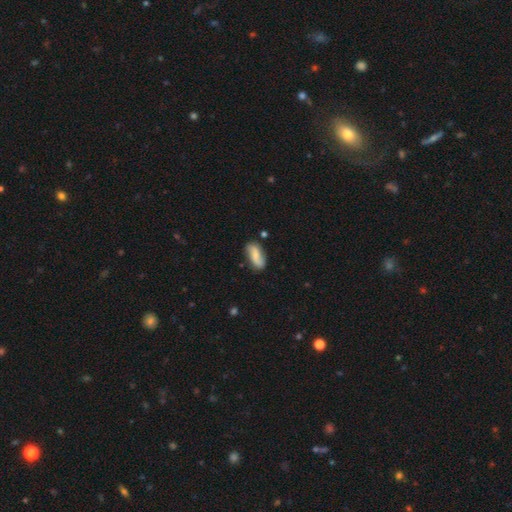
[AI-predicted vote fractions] A smooth galaxy with no disk features (50%) that is in between round and cigar-shaped (82%). Merging: none (77%).